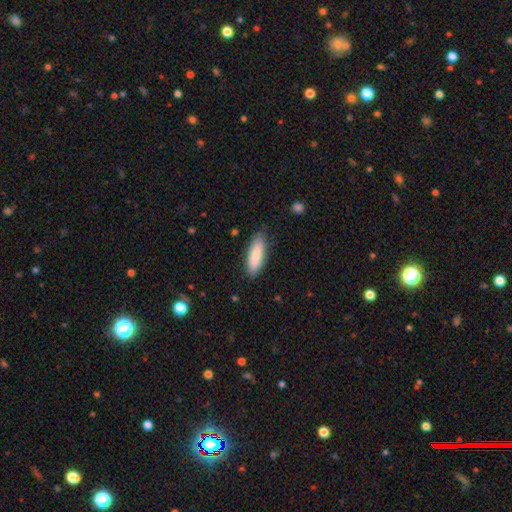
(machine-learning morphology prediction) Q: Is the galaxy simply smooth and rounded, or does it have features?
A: smooth — 84%.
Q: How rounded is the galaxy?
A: in between — 56%.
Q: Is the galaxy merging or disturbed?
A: none — 84%.